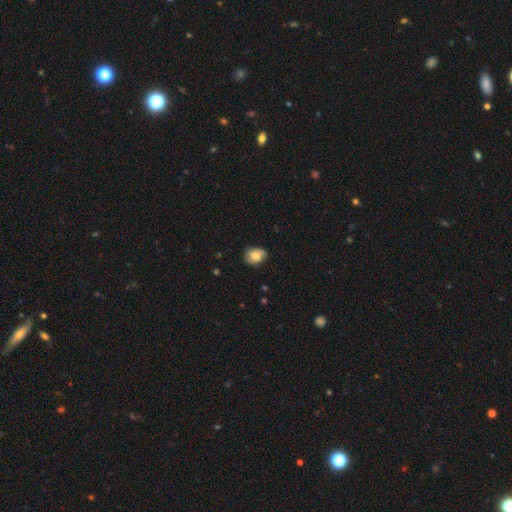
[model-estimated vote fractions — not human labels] smooth_or_featured: smooth (p=0.68) [alt: featured or disk p=0.24]
how_rounded: in between (p=0.59) [alt: round p=0.40]
merging: none (p=0.73) [alt: minor disturbance p=0.21]